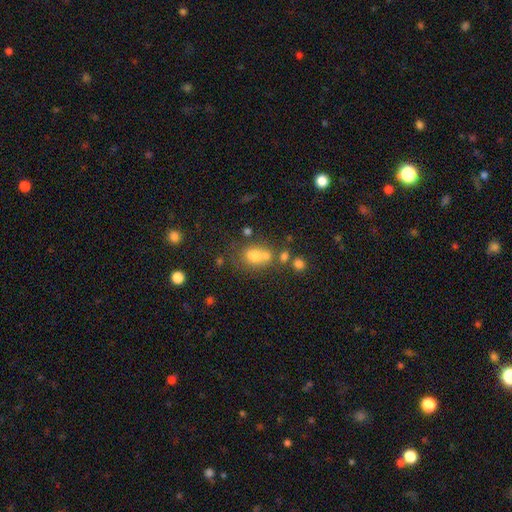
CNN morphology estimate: A smooth galaxy with no disk features (67%) that is round (58%). Merging: merger (43%).